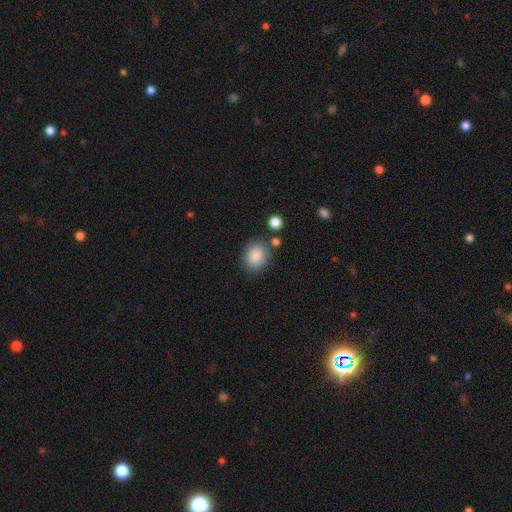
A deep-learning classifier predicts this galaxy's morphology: Overall: smooth (87%). How rounded: in between (51%; round 48%). Merging: none (77%).